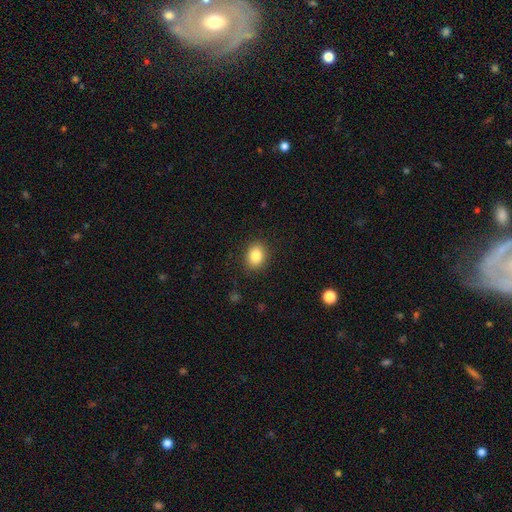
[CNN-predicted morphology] Overall: smooth (86%). How rounded: in between (64%; round 35%). Merging: none (88%).